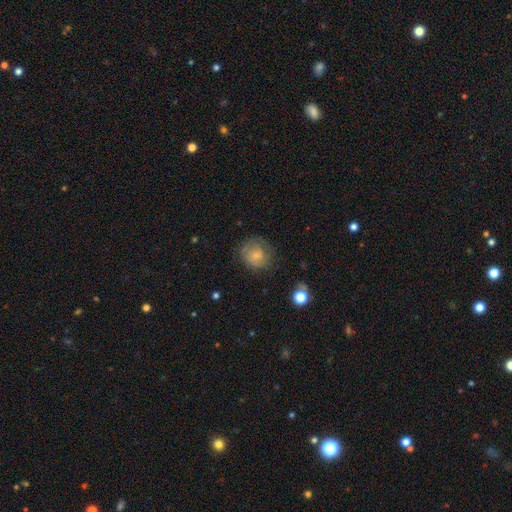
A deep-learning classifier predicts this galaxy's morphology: This appears to be a smooth galaxy with no disk features (67%) that is round (81%). Merging: none (61%).